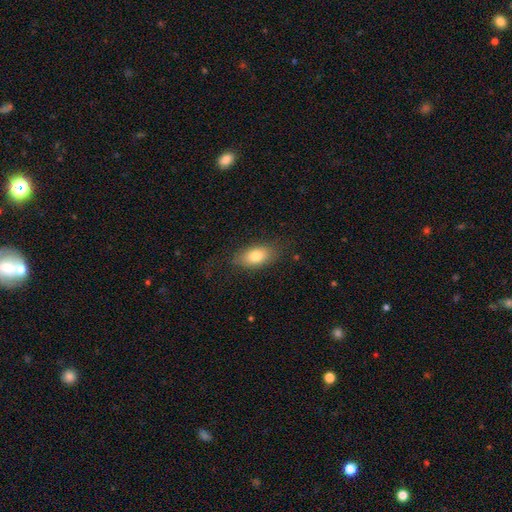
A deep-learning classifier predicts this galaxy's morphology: This is likely a smooth galaxy (78%). How rounded: clearly in between (88%). Merging: likely none (78%).